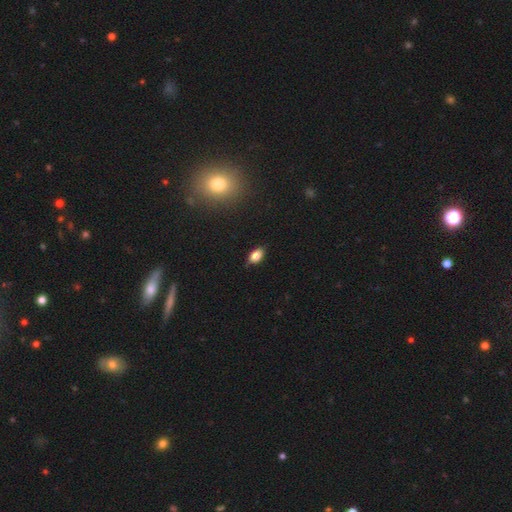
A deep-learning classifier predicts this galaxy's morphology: Smooth or featured: smooth — 81% (featured or disk — 10%)
How rounded: in between — 91% (round — 6%)
Merging: none — 85% (minor disturbance — 12%)